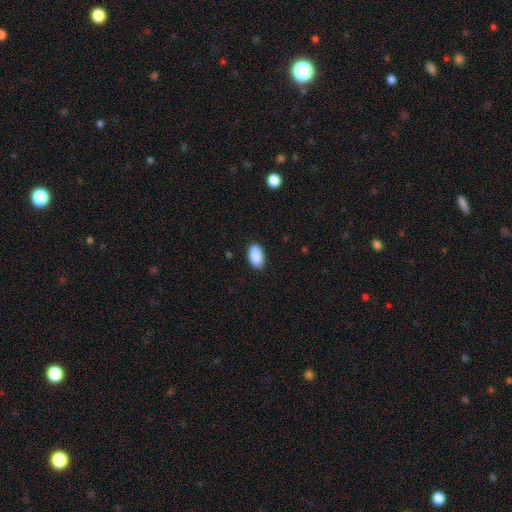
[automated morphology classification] This is clearly a smooth galaxy (91%). How rounded: clearly in between (95%). Merging: clearly none (89%).